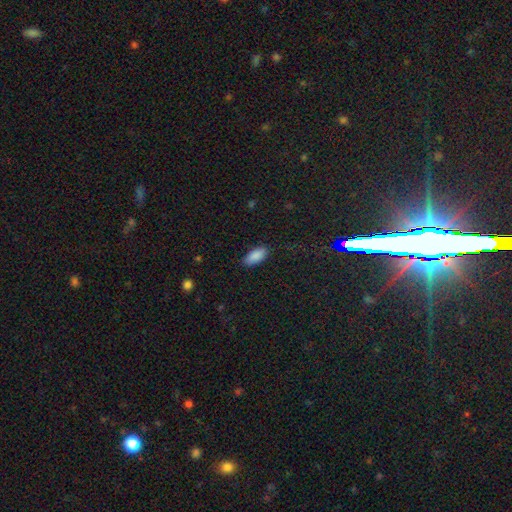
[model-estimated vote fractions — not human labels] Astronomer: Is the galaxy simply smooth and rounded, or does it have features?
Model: smooth — 88%.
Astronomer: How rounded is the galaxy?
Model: in between — 90%.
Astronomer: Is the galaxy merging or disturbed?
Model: none — 86%.